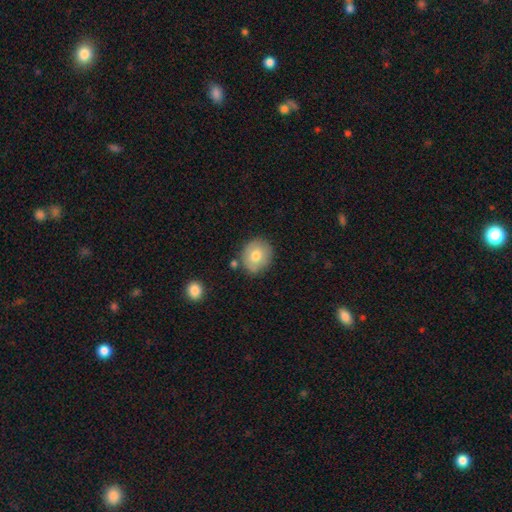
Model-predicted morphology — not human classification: Q: Smooth or featured?
A: smooth (75%); runner-up: featured or disk (17%)
Q: How rounded?
A: round (78%); runner-up: in between (21%)
Q: Merging?
A: none (79%); runner-up: minor disturbance (14%)